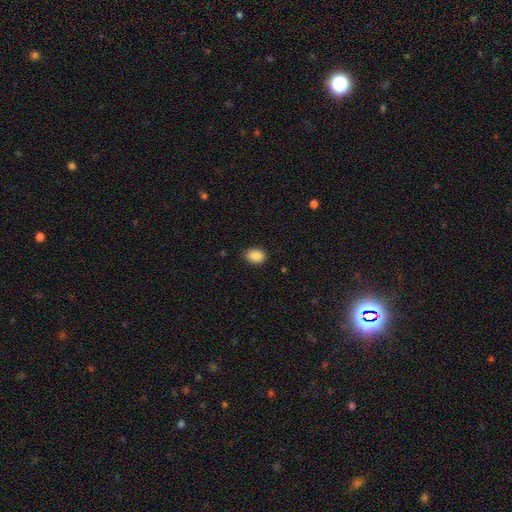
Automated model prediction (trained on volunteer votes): Q: Smooth or featured?
A: smooth (89%); runner-up: star or artifact (8%)
Q: How rounded?
A: in between (74%); runner-up: round (25%)
Q: Merging?
A: none (84%); runner-up: minor disturbance (12%)